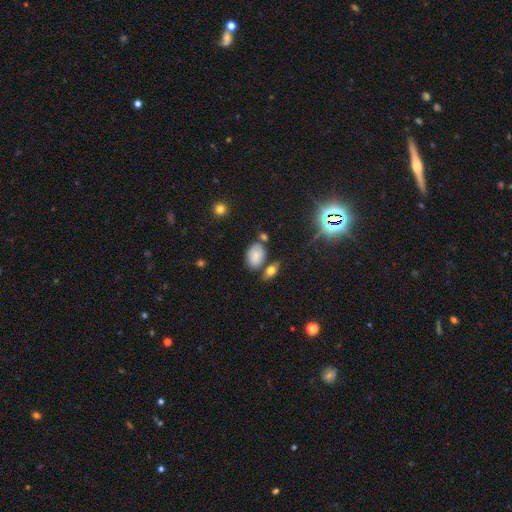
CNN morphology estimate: type=smooth (71%); roundness=in between (82%); merging=none (57%).